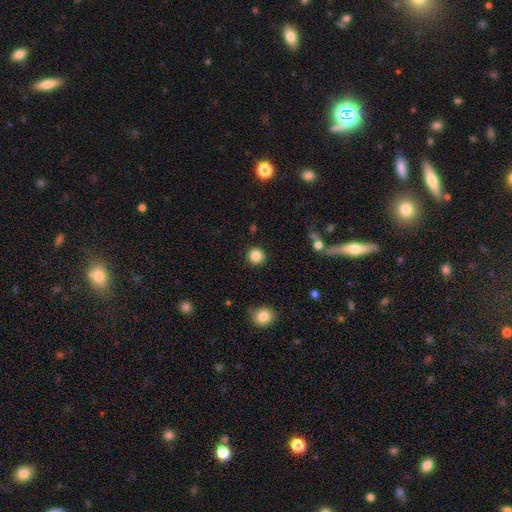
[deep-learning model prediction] Smooth or featured?
  - smooth: 86% *
  - star or artifact: 10%
  - featured or disk: 4%
How rounded?
  - round: 94% *
  - in between: 5%
  - cigar-shaped: 1%
Merging?
  - none: 91% *
  - minor disturbance: 6%
  - major disturbance: 2%
  - merger: 1%